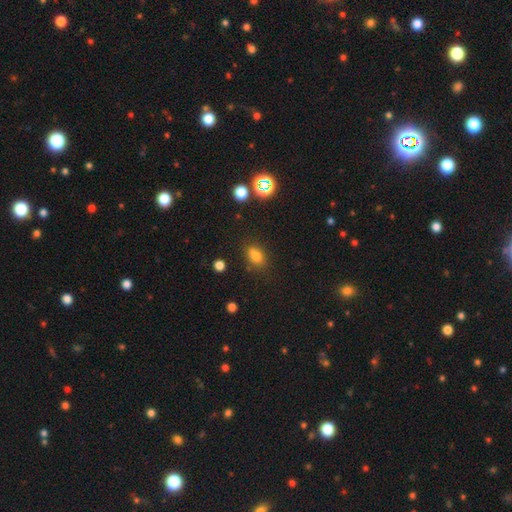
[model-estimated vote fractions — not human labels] smooth_or_featured: smooth (p=0.76) [alt: star or artifact p=0.15]
how_rounded: in between (p=0.74) [alt: round p=0.23]
merging: none (p=0.73) [alt: minor disturbance p=0.16]